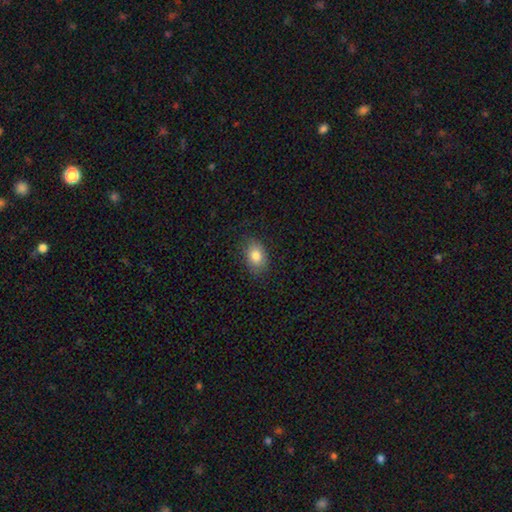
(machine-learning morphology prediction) smooth-or-featured: smooth: 83% | featured or disk: 9% | star or artifact: 8%
  how-rounded: in between: 79% | round: 20% | cigar-shaped: 1%
  merging: none: 82% | minor disturbance: 14% | major disturbance: 3% | merger: 1%